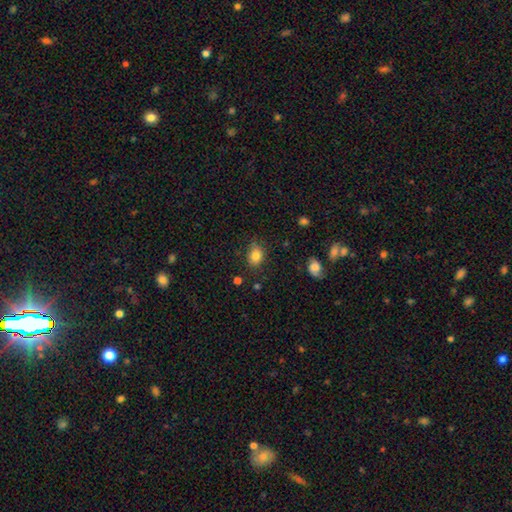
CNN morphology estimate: Q: Smooth or featured?
A: smooth (83%); runner-up: star or artifact (10%)
Q: How rounded?
A: in between (68%); runner-up: round (30%)
Q: Merging?
A: none (73%); runner-up: minor disturbance (20%)